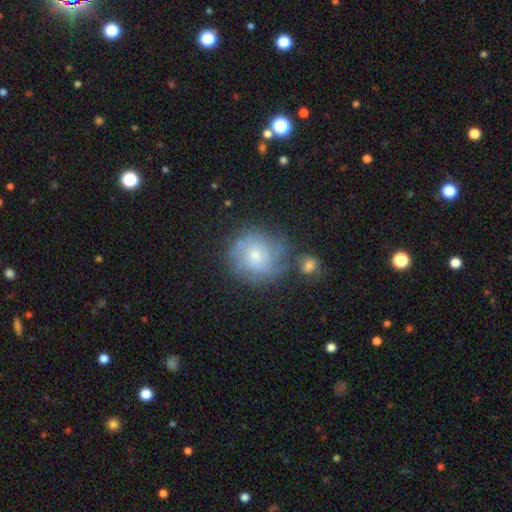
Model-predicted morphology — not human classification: type=featured or disk (52%); edge-on=no (97%); bar=no (81%); spiral arms=yes (76%); bulge=moderate (48%); merging=none (59%).